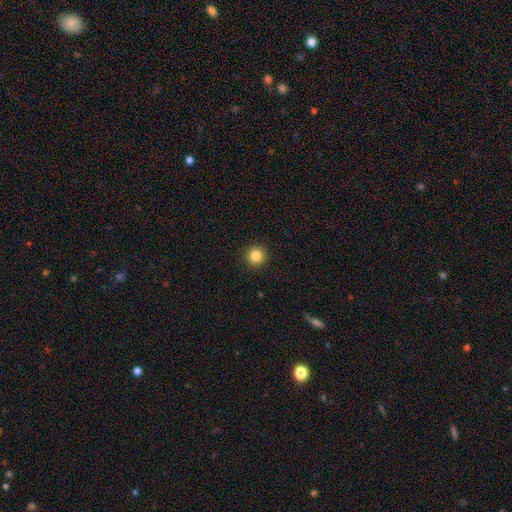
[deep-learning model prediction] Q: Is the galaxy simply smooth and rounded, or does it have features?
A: smooth — 84%.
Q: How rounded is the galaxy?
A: round — 95%.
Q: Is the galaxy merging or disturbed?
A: none — 93%.